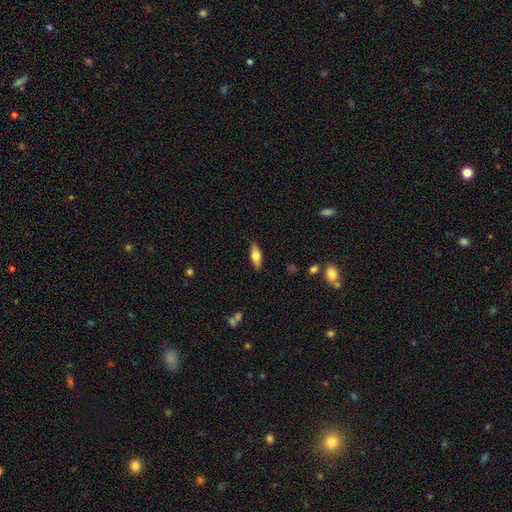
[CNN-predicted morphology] Overall: smooth (65%; featured or disk 28%). How rounded: in between (68%; cigar-shaped 29%). Merging: none (85%).